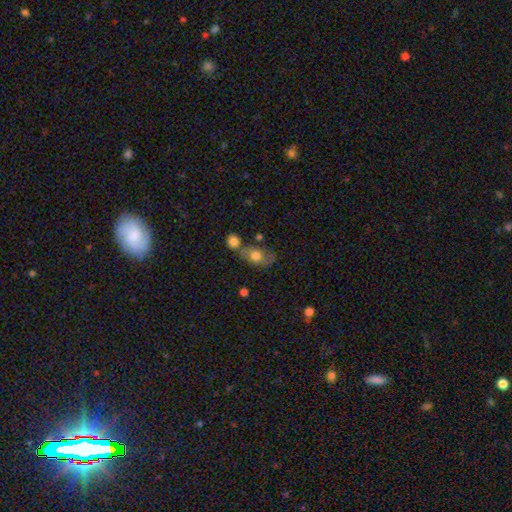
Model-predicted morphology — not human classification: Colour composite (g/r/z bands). It shows a smooth galaxy with no disk features (65%) that is in between round and cigar-shaped (77%). Merging: none (47%).